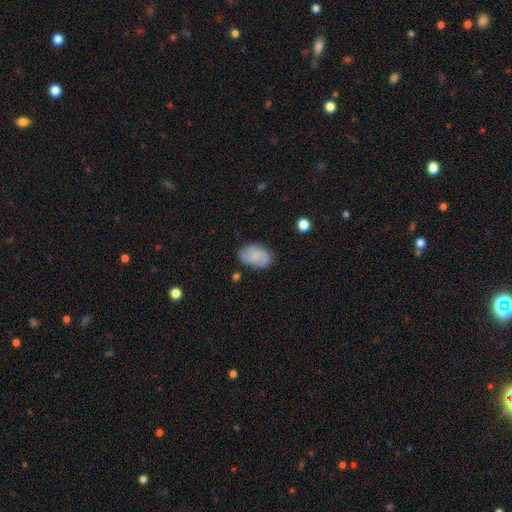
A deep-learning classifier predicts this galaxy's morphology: Smooth or featured?
  - smooth: 65% *
  - featured or disk: 27%
  - star or artifact: 8%
How rounded?
  - in between: 86% *
  - round: 12%
  - cigar-shaped: 1%
Merging?
  - none: 73% *
  - minor disturbance: 20%
  - major disturbance: 5%
  - merger: 2%